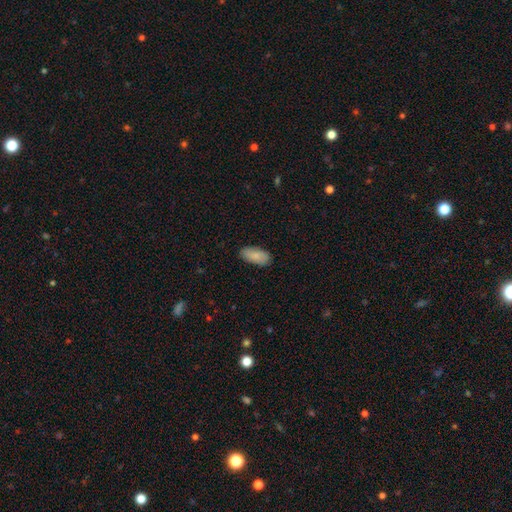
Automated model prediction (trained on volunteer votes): A smooth galaxy with no disk features (87%) that is in between round and cigar-shaped (91%). Merging: none (87%).